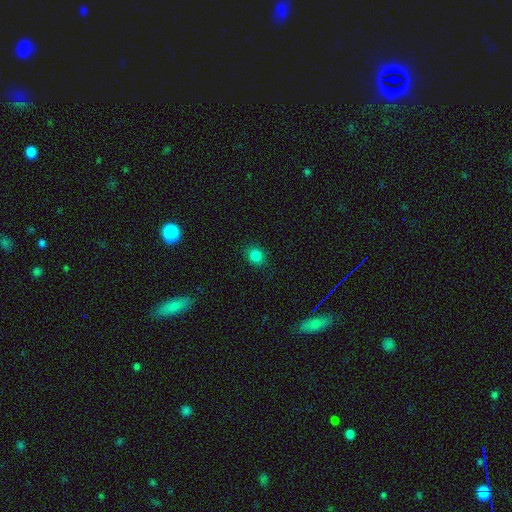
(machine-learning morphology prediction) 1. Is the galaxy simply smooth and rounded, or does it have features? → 83% smooth, 13% star or artifact, 5% featured or disk.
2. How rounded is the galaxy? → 73% round, 26% in between, 1% cigar-shaped.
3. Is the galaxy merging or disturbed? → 88% none, 9% minor disturbance, 2% major disturbance, 1% merger.